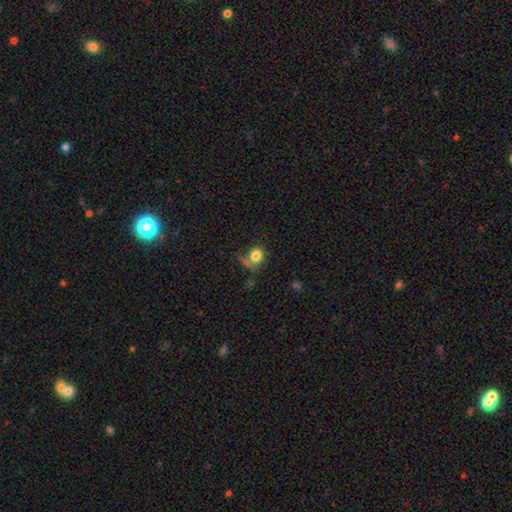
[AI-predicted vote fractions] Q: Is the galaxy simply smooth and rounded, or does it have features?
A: smooth — 79%.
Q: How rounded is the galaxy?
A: round — 77%.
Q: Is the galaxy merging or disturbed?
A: none — 55%.